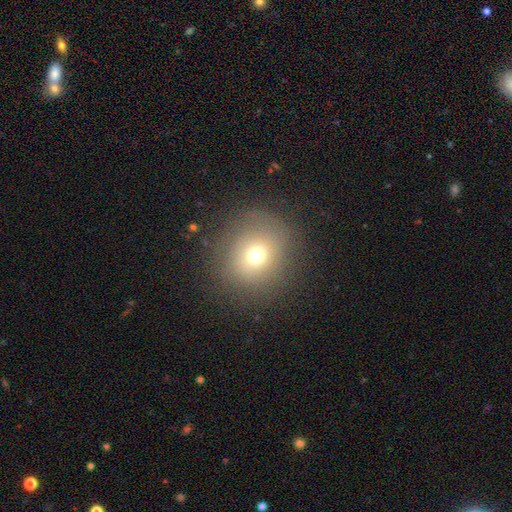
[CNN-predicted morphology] smooth_or_featured: smooth (p=0.68) [alt: star or artifact p=0.17]
how_rounded: round (p=0.86) [alt: in between p=0.13]
merging: none (p=0.83) [alt: minor disturbance p=0.10]